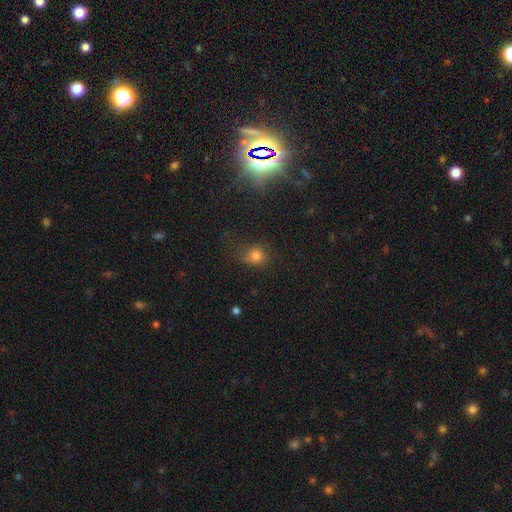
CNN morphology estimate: A smooth galaxy with no disk features (73%) that is round (72%). Merging: none (63%).